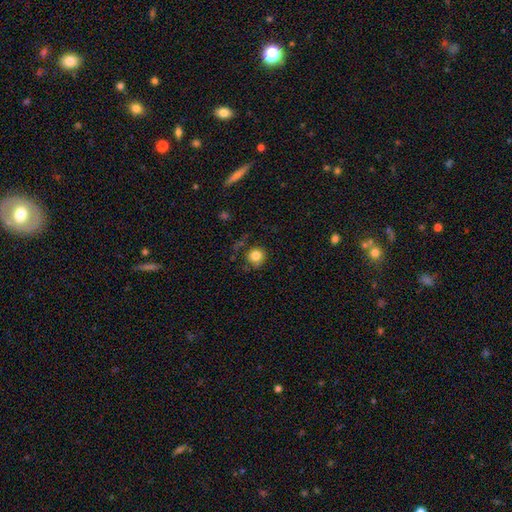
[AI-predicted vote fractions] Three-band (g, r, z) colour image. It shows a smooth galaxy with no disk features (82%) that is round (90%). Merging: none (73%).